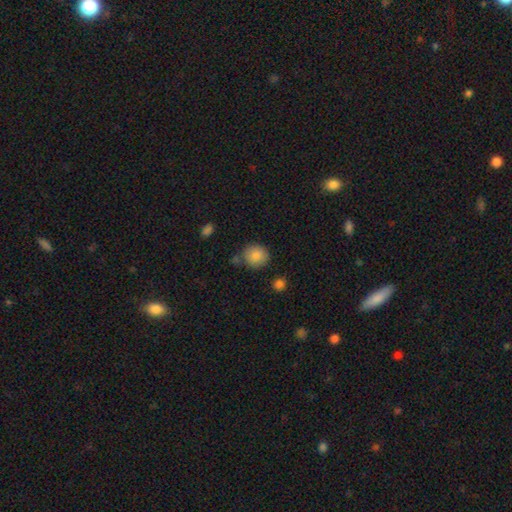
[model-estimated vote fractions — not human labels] smooth-or-featured: smooth: 86% | star or artifact: 8% | featured or disk: 6%
  how-rounded: round: 85% | in between: 14% | cigar-shaped: 1%
  merging: none: 74% | minor disturbance: 14% | merger: 7% | major disturbance: 4%